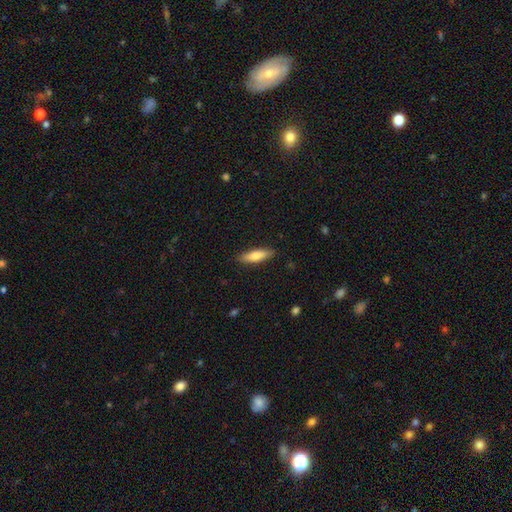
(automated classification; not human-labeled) The model was most divided on "how rounded": cigar-shaped: 60%, in between: 38%, round: 2%. More confident: merging — none (88%); smooth or featured — smooth (74%).